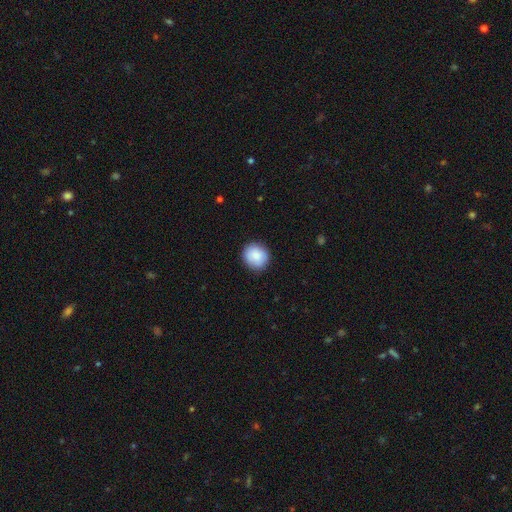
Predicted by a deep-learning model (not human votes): A smooth galaxy with no disk features (86%) that is round (88%).

Vote fractions:
- Smooth or featured? smooth: 86% / featured or disk: 7% / star or artifact: 7%
- How rounded? round: 88% / in between: 11% / cigar-shaped: 1%
- Merging? none: 89% / minor disturbance: 8% / major disturbance: 2% / merger: 1%